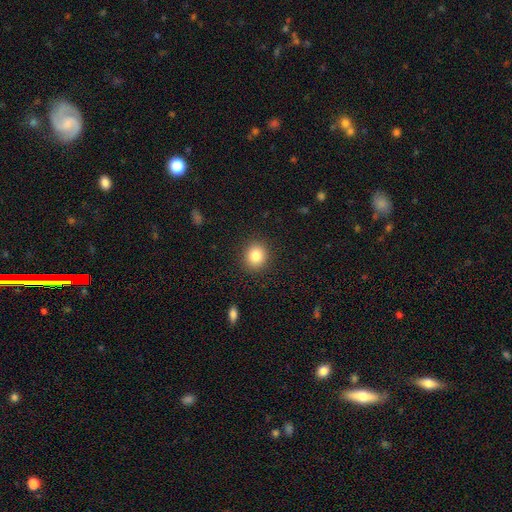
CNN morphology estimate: This is clearly a smooth galaxy (83%). How rounded: clearly round (83%). Merging: clearly none (91%).